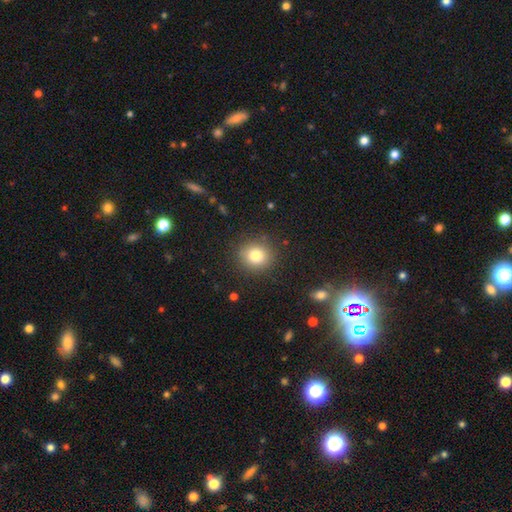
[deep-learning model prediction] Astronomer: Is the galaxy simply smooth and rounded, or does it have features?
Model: smooth — 79%.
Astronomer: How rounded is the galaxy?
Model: round — 85%.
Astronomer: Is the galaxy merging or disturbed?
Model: none — 88%.